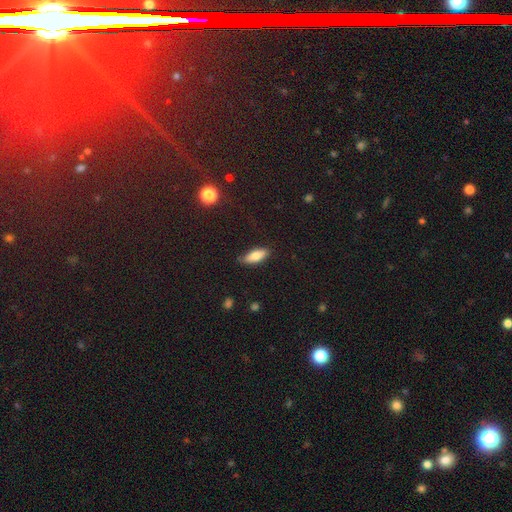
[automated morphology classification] Smooth or featured: smooth — 77% (featured or disk — 16%)
How rounded: in between — 74% (cigar-shaped — 24%)
Merging: none — 77% (minor disturbance — 18%)